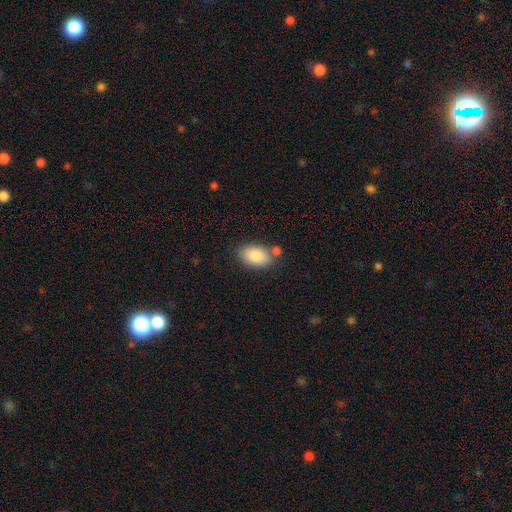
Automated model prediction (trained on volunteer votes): smooth-or-featured: smooth: 87% | star or artifact: 7% | featured or disk: 6%
  how-rounded: in between: 91% | round: 8% | cigar-shaped: 1%
  merging: none: 68% | minor disturbance: 15% | merger: 13% | major disturbance: 4%